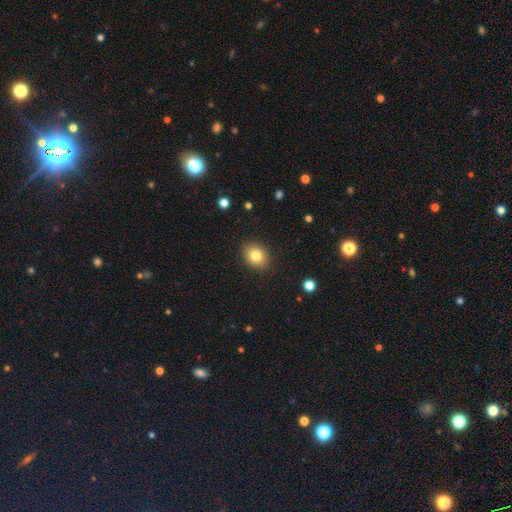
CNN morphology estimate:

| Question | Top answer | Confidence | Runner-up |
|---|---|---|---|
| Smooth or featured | smooth | 82% | star or artifact (10%) |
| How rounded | round | 51% | in between (48%) |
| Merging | none | 89% | minor disturbance (8%) |